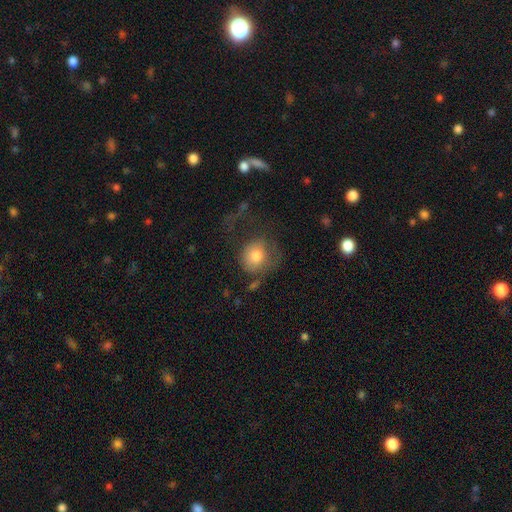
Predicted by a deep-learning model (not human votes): Q: Smooth or featured?
A: smooth (75%); runner-up: featured or disk (17%)
Q: How rounded?
A: round (69%); runner-up: in between (30%)
Q: Merging?
A: major disturbance (38%); runner-up: none (35%)